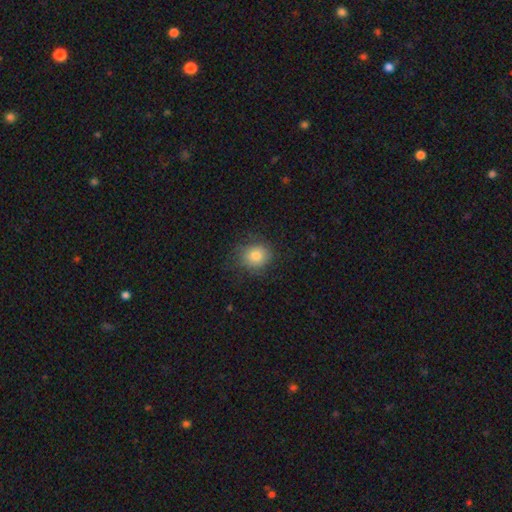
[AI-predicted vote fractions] This appears to be a smooth galaxy with no disk features (80%) that is round (76%). Merging: none (76%).